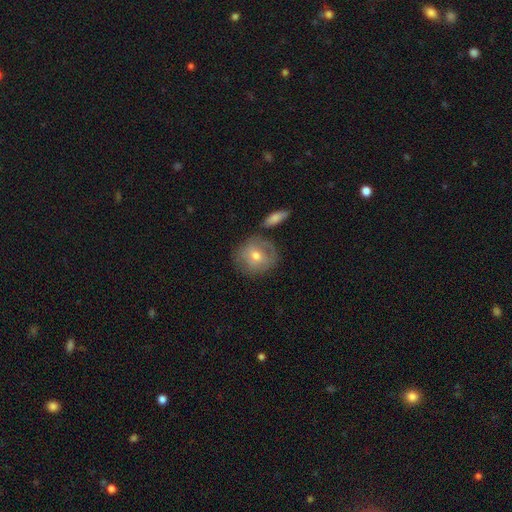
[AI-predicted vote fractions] Overall: smooth (57%; featured or disk 36%). How rounded: round (80%). Merging: none (66%).